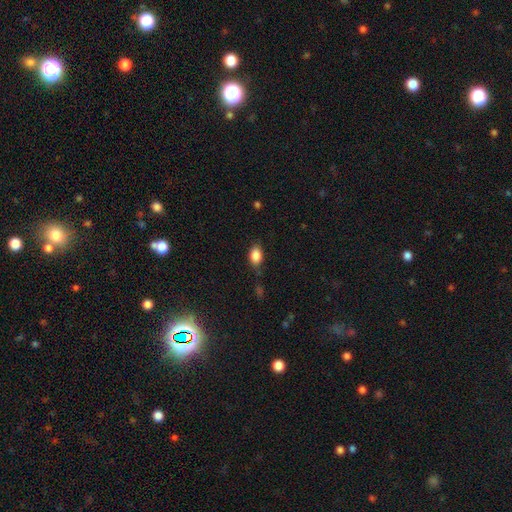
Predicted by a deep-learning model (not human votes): This is clearly a smooth galaxy (85%). How rounded: clearly in between (85%). Merging: likely none (73%).